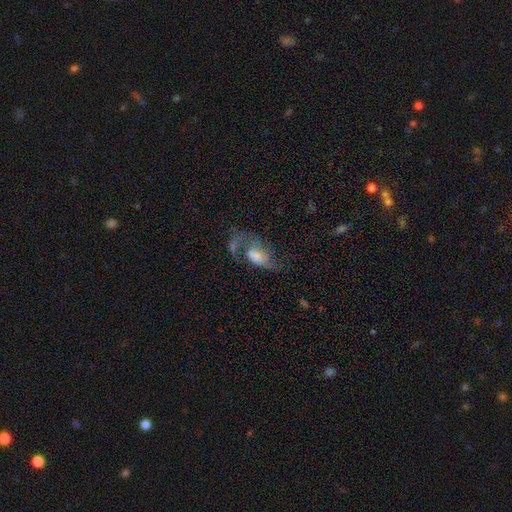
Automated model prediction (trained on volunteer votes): The model was most divided on "merging": major disturbance: 37%, none: 28%, merger: 18%, minor disturbance: 17%. Remaining: edge-on disk — no (94%); spiral arms — yes (73%); bar — no (61%); smooth or featured — featured or disk (57%); bulge size — moderate (37%).